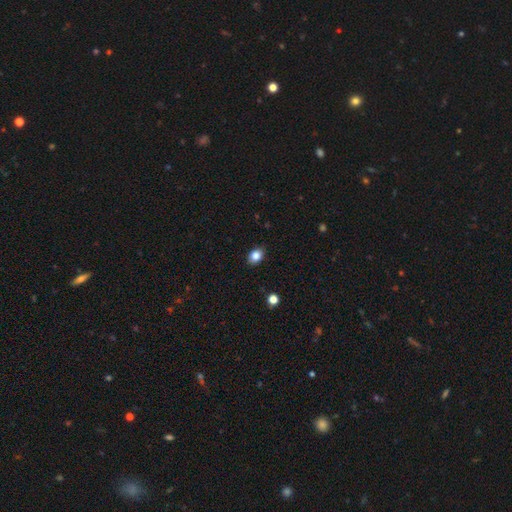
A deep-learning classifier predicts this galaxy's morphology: A smooth galaxy with no disk features (86%) that is in between round and cigar-shaped (73%). Merging: none (88%).